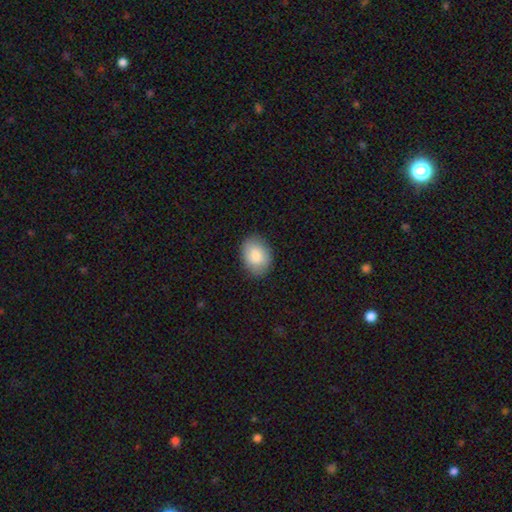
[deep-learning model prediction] Overall: smooth (83%). How rounded: in between (71%). Merging: none (86%).